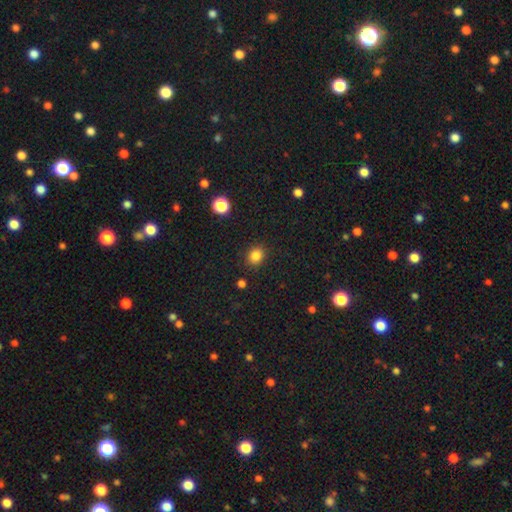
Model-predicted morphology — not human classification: Smooth or featured: smooth — 84% (star or artifact — 12%)
How rounded: round — 66% (in between — 33%)
Merging: none — 87% (minor disturbance — 9%)